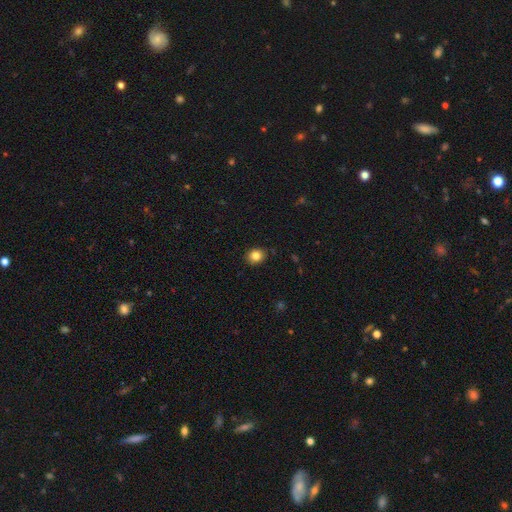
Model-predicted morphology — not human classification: Q: Smooth or featured?
A: smooth (83%); runner-up: star or artifact (11%)
Q: How rounded?
A: round (73%); runner-up: in between (26%)
Q: Merging?
A: none (89%); runner-up: minor disturbance (8%)